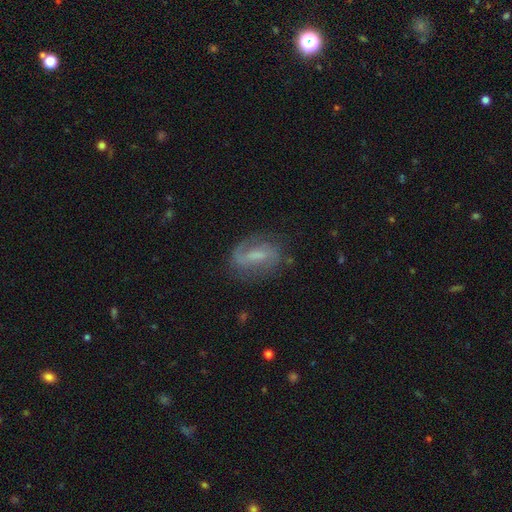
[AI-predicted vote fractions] Morphology: type=featured or disk (70%); edge-on=no (94%); bar=weak (45%); spiral arms=yes (87%); winding=medium (44%); arm count=2 (71%); bulge=small (36%); merging=none (70%).